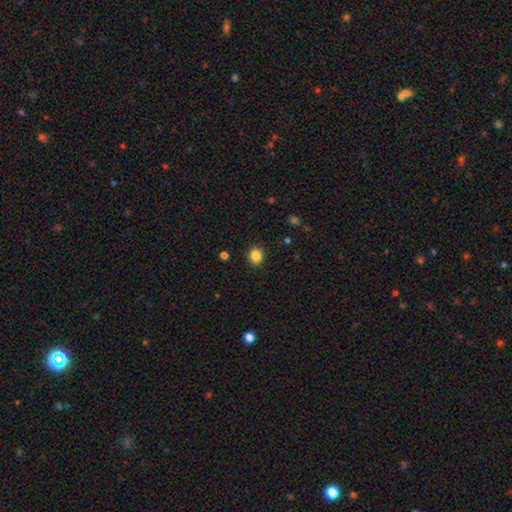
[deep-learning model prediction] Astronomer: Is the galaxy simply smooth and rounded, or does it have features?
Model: smooth — 85%.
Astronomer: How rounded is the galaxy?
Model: round — 82%.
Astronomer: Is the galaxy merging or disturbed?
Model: none — 90%.